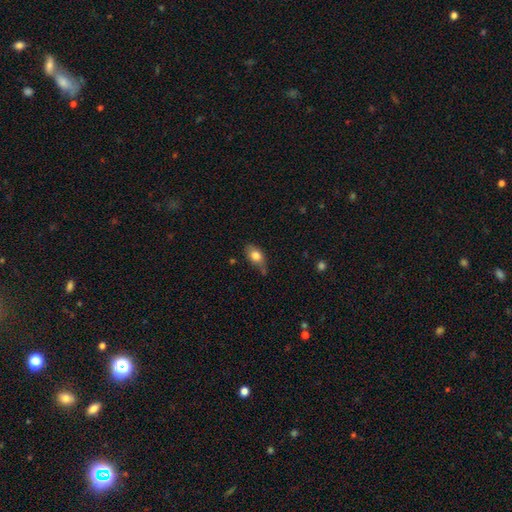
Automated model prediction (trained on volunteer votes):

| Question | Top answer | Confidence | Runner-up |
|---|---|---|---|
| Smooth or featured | smooth | 78% | featured or disk (14%) |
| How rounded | in between | 81% | round (15%) |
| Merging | none | 58% | minor disturbance (28%) |